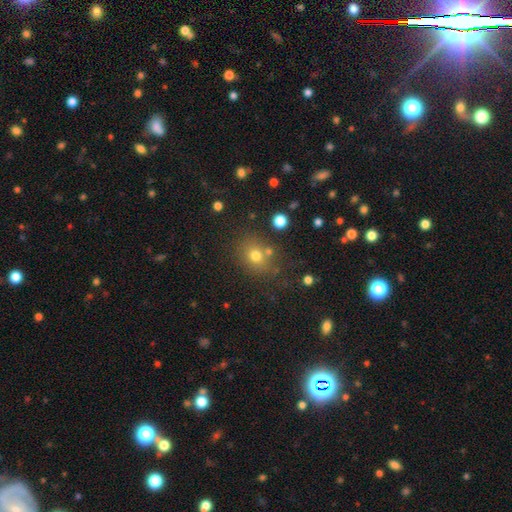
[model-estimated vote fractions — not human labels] Morphology: type=smooth (72%); roundness=round (65%); merging=none (72%).